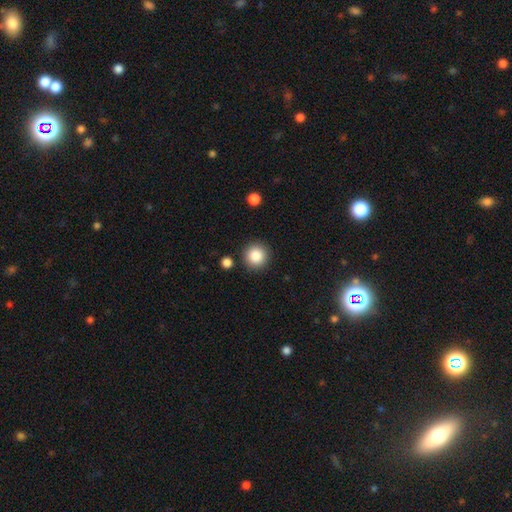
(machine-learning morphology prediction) Smooth or featured: smooth — 86% (star or artifact — 9%)
How rounded: round — 95% (in between — 4%)
Merging: none — 88% (minor disturbance — 6%)